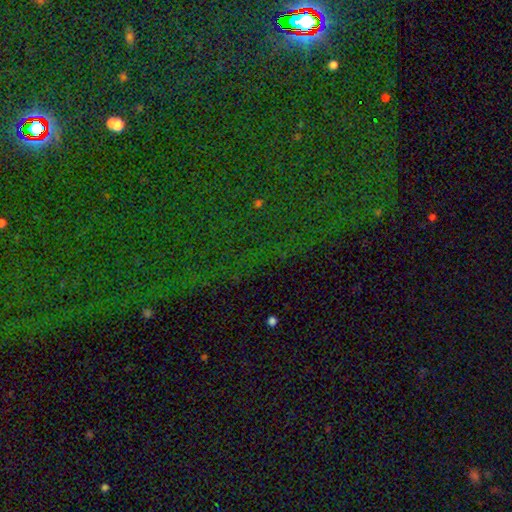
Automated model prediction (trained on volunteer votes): A star or artifact, not a galaxy (82%).